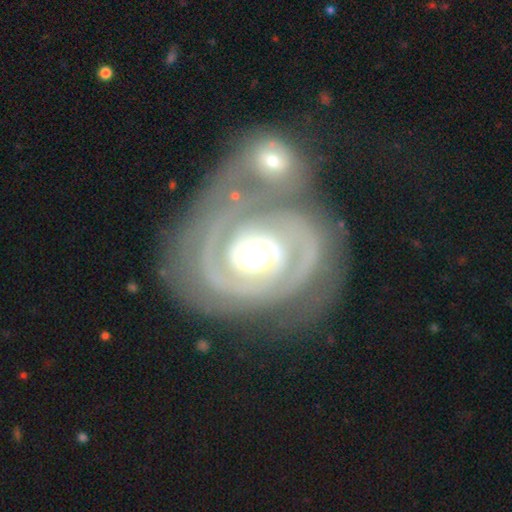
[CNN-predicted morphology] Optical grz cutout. It shows a featured or disk galaxy (90%) with no bar (62%), 2 (65%) tight (73%) spiral arms (95%) and a moderate central bulge (69%). Merging: merger (50%).